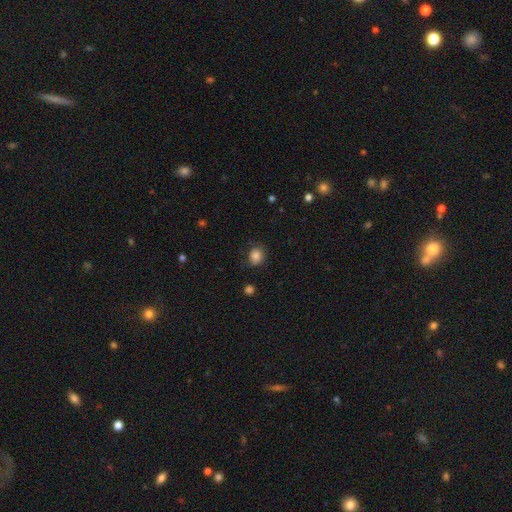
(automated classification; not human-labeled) smooth-or-featured: smooth: 84% | star or artifact: 10% | featured or disk: 5%
  how-rounded: round: 69% | in between: 30% | cigar-shaped: 1%
  merging: none: 77% | minor disturbance: 17% | major disturbance: 4% | merger: 1%